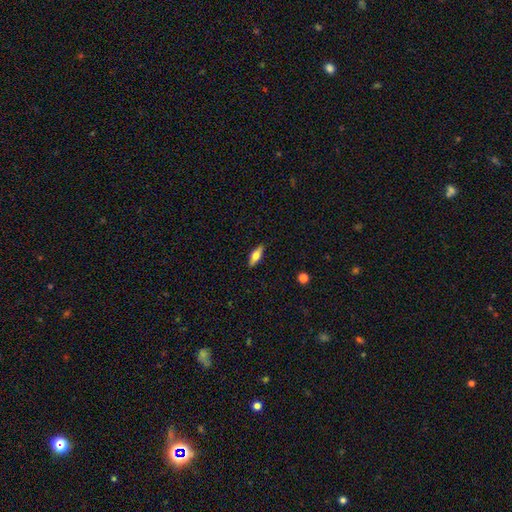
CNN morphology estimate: A smooth galaxy with no disk features (56%) that is in between round and cigar-shaped (60%). Merging: none (88%).